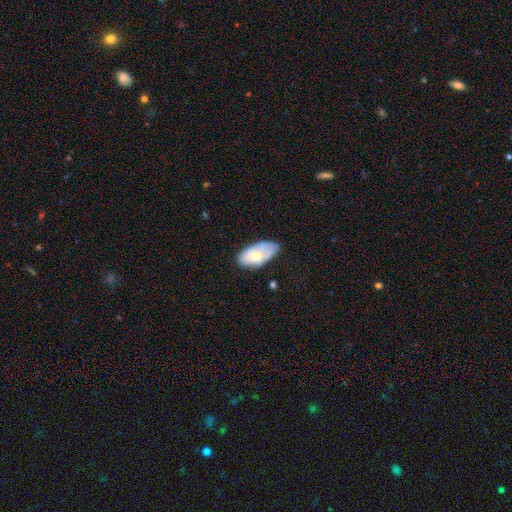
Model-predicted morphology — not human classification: A smooth galaxy with no disk features (58%) that is in between round and cigar-shaped (94%). Merging: none (55%).